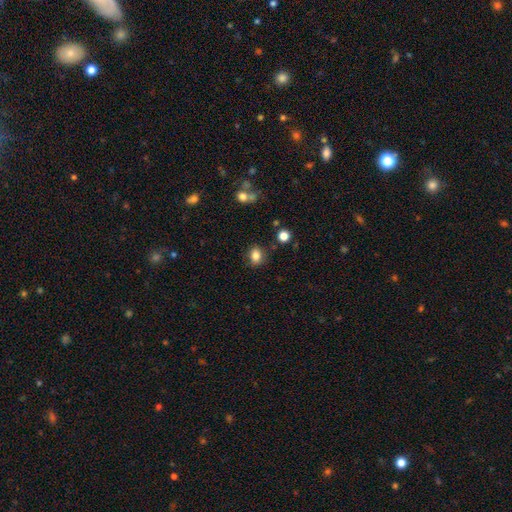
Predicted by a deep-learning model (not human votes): Smooth or featured? smooth (83%)
How rounded? in between (50%)
Merging? none (84%)